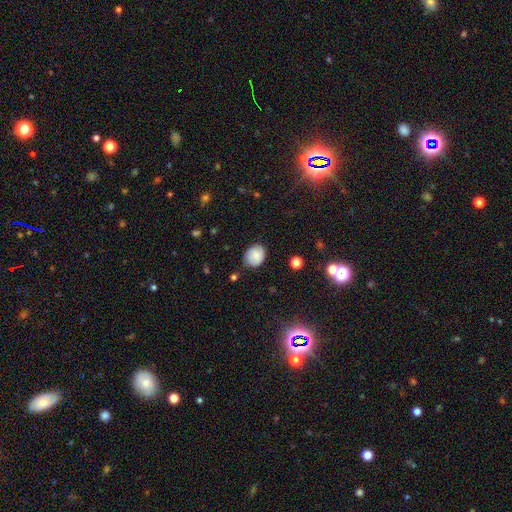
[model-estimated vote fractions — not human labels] This is likely a smooth galaxy (75%). How rounded: possibly round (53%). Merging: likely none (75%).